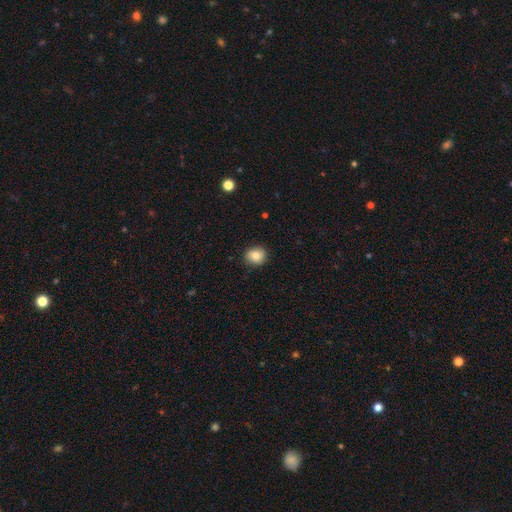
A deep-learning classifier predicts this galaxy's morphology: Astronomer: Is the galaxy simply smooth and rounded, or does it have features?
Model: smooth — 84%.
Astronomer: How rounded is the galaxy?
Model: round — 74%.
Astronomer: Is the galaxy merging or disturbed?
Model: none — 87%.